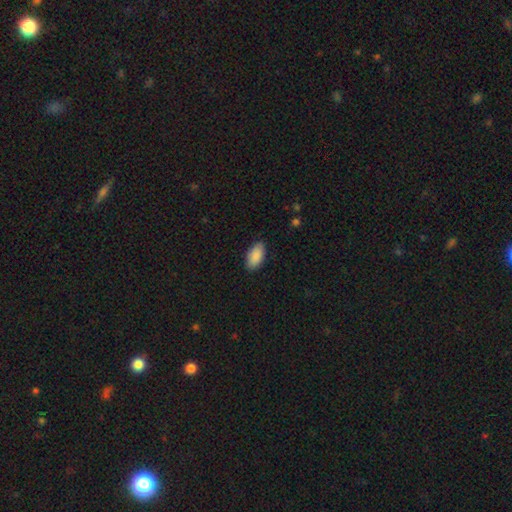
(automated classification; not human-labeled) A smooth galaxy with no disk features (90%) that is in between round and cigar-shaped (94%). Merging: none (86%).